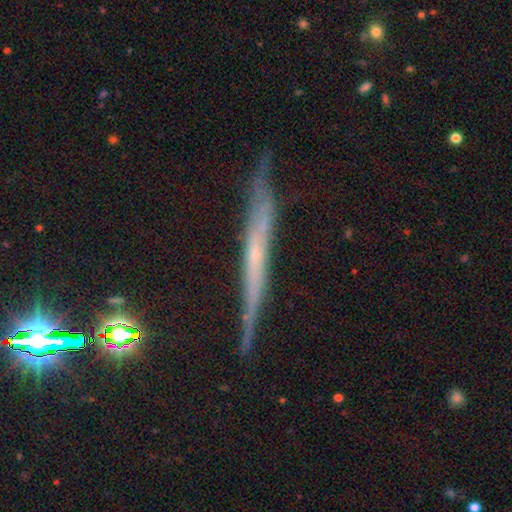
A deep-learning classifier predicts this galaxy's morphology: Q: Smooth or featured?
A: featured or disk (67%); runner-up: smooth (22%)
Q: Edge-on disk?
A: yes (95%); runner-up: no (5%)
Q: Edge-on bulge?
A: none (74%); runner-up: rounded (21%)
Q: Merging?
A: none (82%); runner-up: minor disturbance (14%)